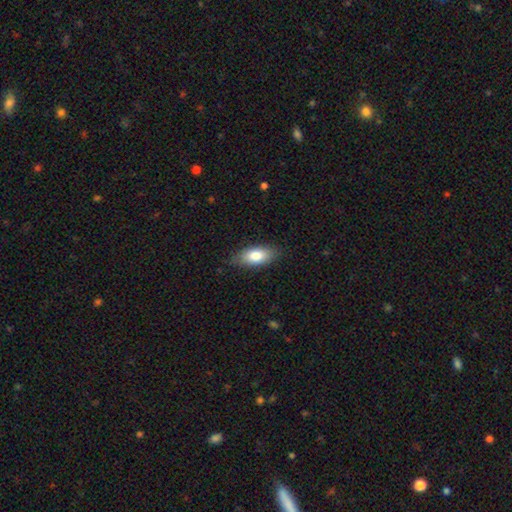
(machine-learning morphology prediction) A smooth galaxy with no disk features (81%) that is in between round and cigar-shaped (87%).

Vote fractions:
- Smooth or featured? smooth: 81% / featured or disk: 12% / star or artifact: 6%
- How rounded? in between: 87% / cigar-shaped: 11% / round: 3%
- Merging? none: 80% / minor disturbance: 16% / major disturbance: 3% / merger: 1%